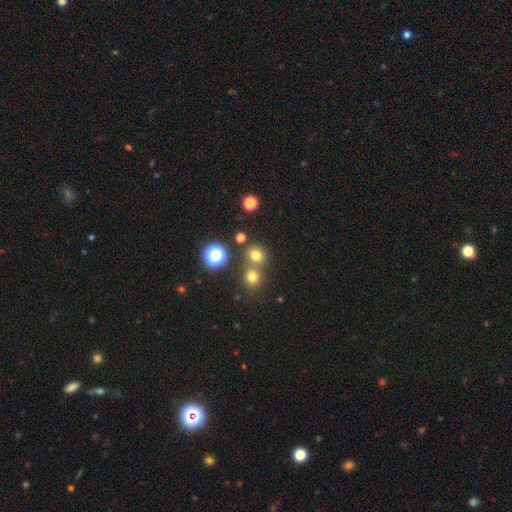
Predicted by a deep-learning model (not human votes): Q: Smooth or featured?
A: smooth (72%); runner-up: star or artifact (21%)
Q: How rounded?
A: round (82%); runner-up: in between (17%)
Q: Merging?
A: none (62%); runner-up: merger (28%)